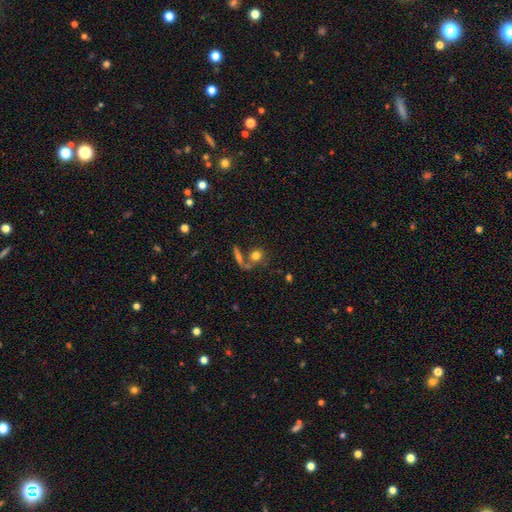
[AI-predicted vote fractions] Smooth or featured? Predicted: smooth (p=0.72). How rounded? Predicted: round (p=0.71). Merging? Predicted: none (p=0.50).